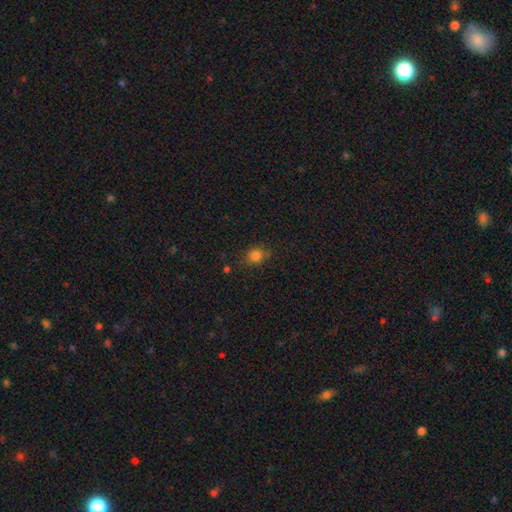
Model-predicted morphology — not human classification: A smooth galaxy with no disk features (81%) that is round (72%).

Vote fractions:
- Smooth or featured? smooth: 81% / star or artifact: 14% / featured or disk: 6%
- How rounded? round: 72% / in between: 27% / cigar-shaped: 1%
- Merging? none: 76% / minor disturbance: 16% / major disturbance: 4% / merger: 3%